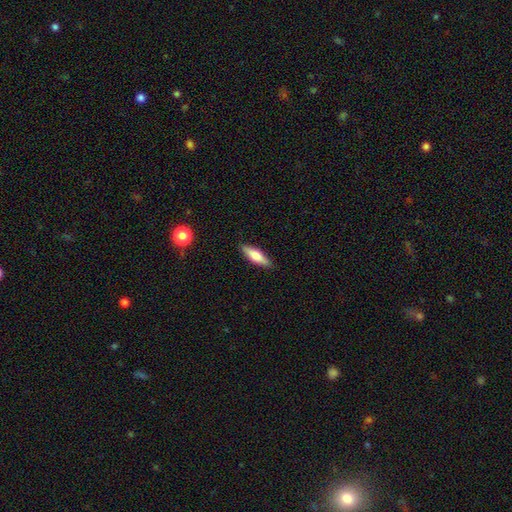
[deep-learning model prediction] The model was most divided on "how rounded": cigar-shaped: 52%, in between: 46%, round: 2%. More confident: merging — none (88%); smooth or featured — smooth (67%).